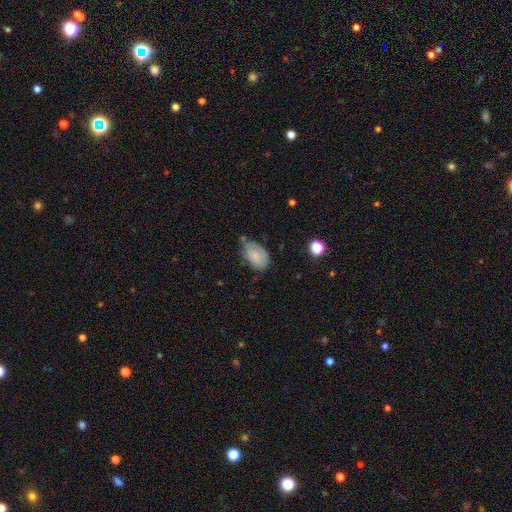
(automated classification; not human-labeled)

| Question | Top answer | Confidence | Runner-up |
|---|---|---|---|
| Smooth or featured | smooth | 75% | featured or disk (17%) |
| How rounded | in between | 92% | round (7%) |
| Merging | none | 53% | minor disturbance (34%) |